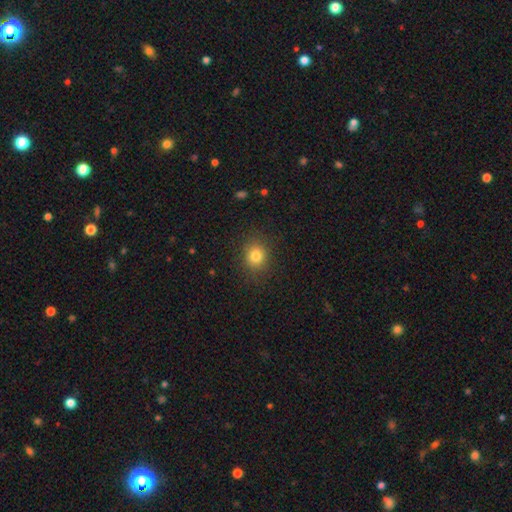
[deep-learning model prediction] Smooth or featured?
  - smooth: 81% *
  - star or artifact: 13%
  - featured or disk: 7%
How rounded?
  - round: 75% *
  - in between: 24%
  - cigar-shaped: 1%
Merging?
  - none: 86% *
  - minor disturbance: 9%
  - major disturbance: 3%
  - merger: 1%